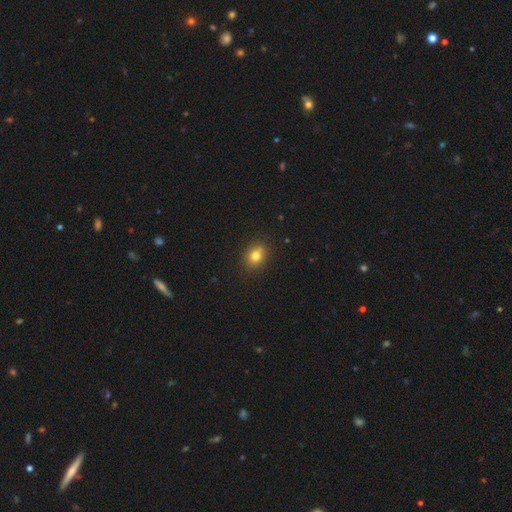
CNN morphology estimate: Overall: smooth (80%). How rounded: round (53%; in between 46%). Merging: none (85%).